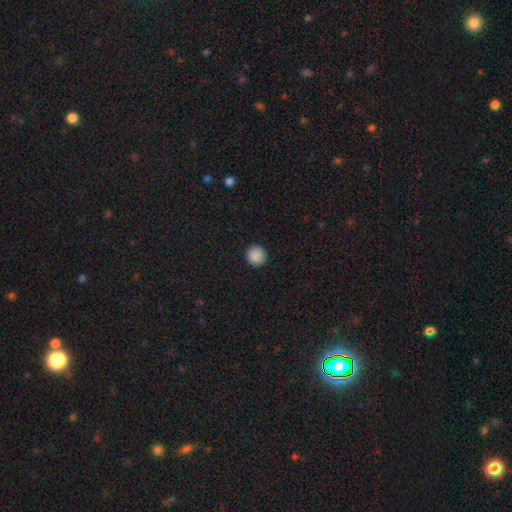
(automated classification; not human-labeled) A smooth galaxy with no disk features (89%) that is round (95%). Merging: none (93%).